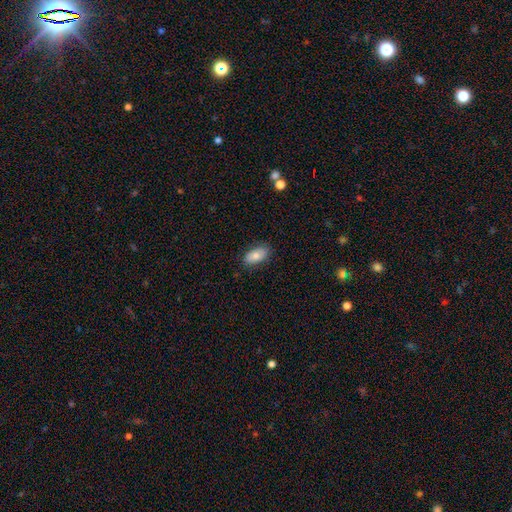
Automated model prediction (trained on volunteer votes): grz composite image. It shows a smooth galaxy with no disk features (76%) that is in between round and cigar-shaped (93%). Merging: none (82%).